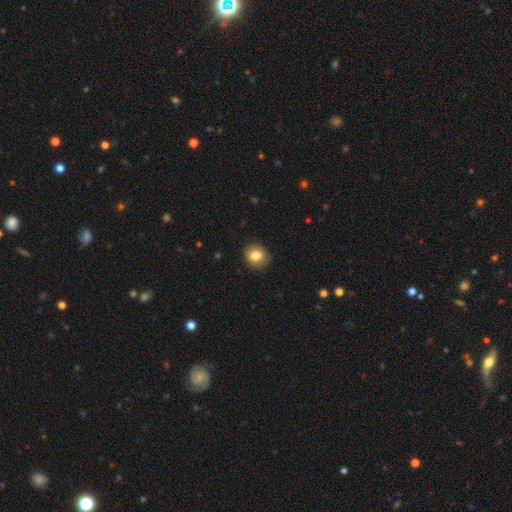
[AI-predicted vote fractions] Q: Smooth or featured?
A: smooth (82%); runner-up: featured or disk (9%)
Q: How rounded?
A: round (77%); runner-up: in between (22%)
Q: Merging?
A: none (87%); runner-up: minor disturbance (10%)